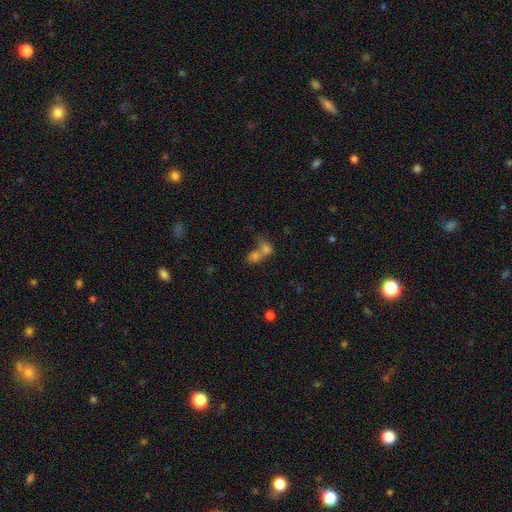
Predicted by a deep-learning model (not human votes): smooth-or-featured: smooth: 66% | featured or disk: 18% | star or artifact: 16%
  how-rounded: in between: 56% | round: 41% | cigar-shaped: 3%
  merging: merger: 70% | none: 19% | minor disturbance: 5% | major disturbance: 5%